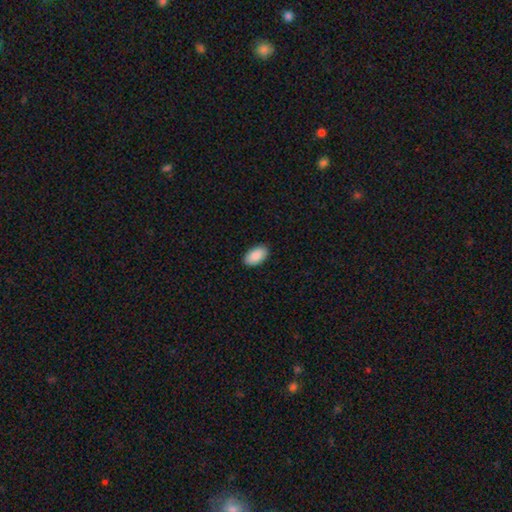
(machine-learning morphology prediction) This is clearly a smooth galaxy (90%). How rounded: clearly in between (96%). Merging: clearly none (89%).